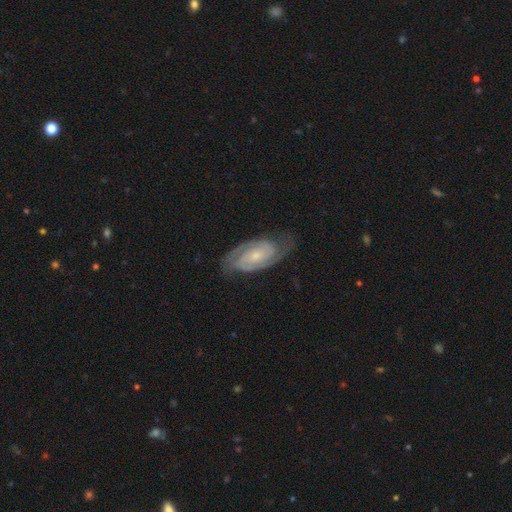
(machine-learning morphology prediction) smooth_or_featured: featured or disk (p=0.88) [alt: smooth p=0.07]
disk_edge_on: no (p=0.96) [alt: yes p=0.04]
bar: no (p=0.57) [alt: weak p=0.33]
has_spiral_arms: yes (p=0.98) [alt: no p=0.02]
spiral_winding: tight (p=0.60) [alt: medium p=0.34]
spiral_arm_count: 2 (p=0.88) [alt: can't tell p=0.05]
bulge_size: small (p=0.67) [alt: moderate p=0.25]
merging: none (p=0.79) [alt: minor disturbance p=0.15]